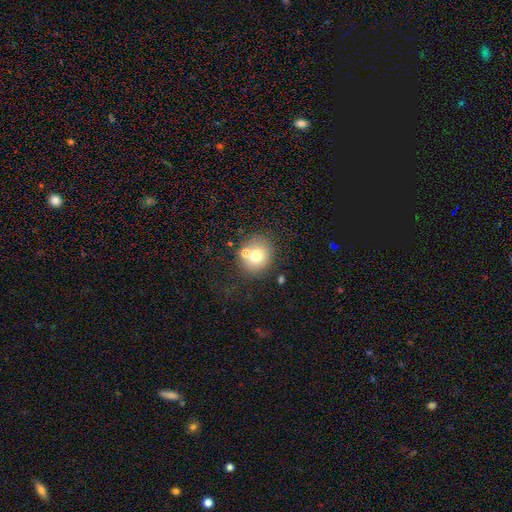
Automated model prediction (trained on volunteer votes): Smooth or featured? Predicted: smooth (p=0.69). How rounded? Predicted: round (p=0.81). Merging? Predicted: none (p=0.63).